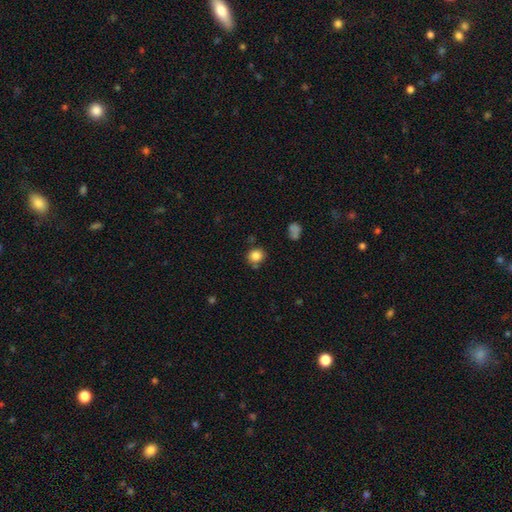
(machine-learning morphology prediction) The model was most divided on "merging": none: 77%, minor disturbance: 14%, merger: 5%, major disturbance: 4%. More confident: how rounded — round (85%); smooth or featured — smooth (84%).